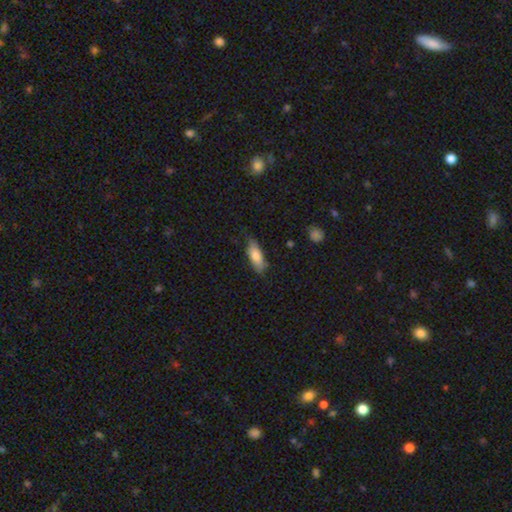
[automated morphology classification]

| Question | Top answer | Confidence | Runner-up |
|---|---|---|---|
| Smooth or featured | smooth | 78% | featured or disk (16%) |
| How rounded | in between | 68% | cigar-shaped (30%) |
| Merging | none | 73% | minor disturbance (22%) |